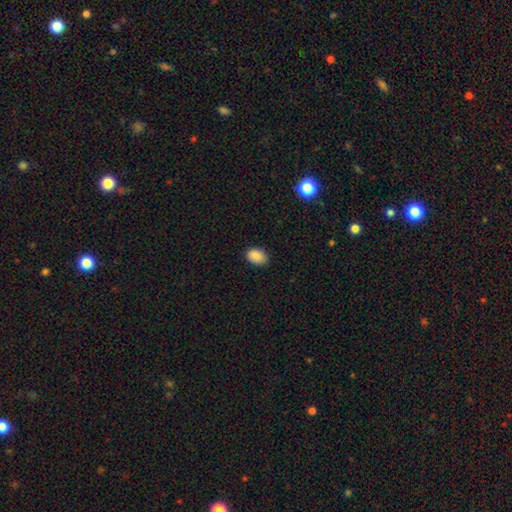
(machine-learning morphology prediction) Q: Smooth or featured?
A: smooth (88%); runner-up: star or artifact (8%)
Q: How rounded?
A: in between (81%); runner-up: round (18%)
Q: Merging?
A: none (80%); runner-up: minor disturbance (16%)